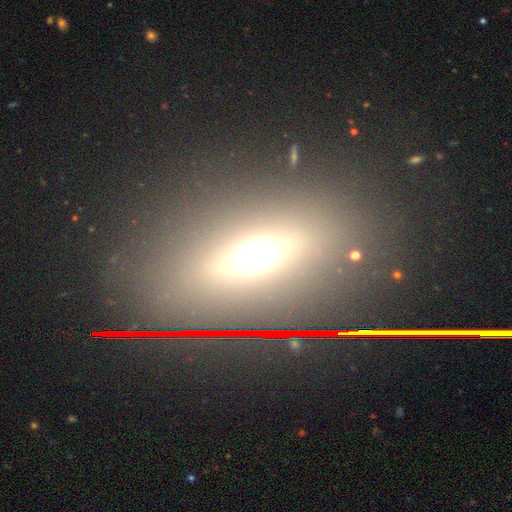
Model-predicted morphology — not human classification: Smooth or featured? smooth (39%)
Merging? none (84%)